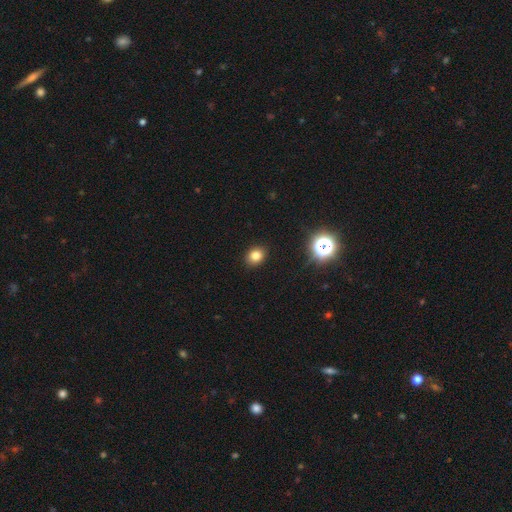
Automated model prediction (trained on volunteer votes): A smooth galaxy with no disk features (79%) that is round (54%).

Vote fractions:
- Smooth or featured? smooth: 79% / star or artifact: 15% / featured or disk: 6%
- How rounded? round: 54% / in between: 45% / cigar-shaped: 1%
- Merging? none: 90% / minor disturbance: 7% / major disturbance: 2% / merger: 1%